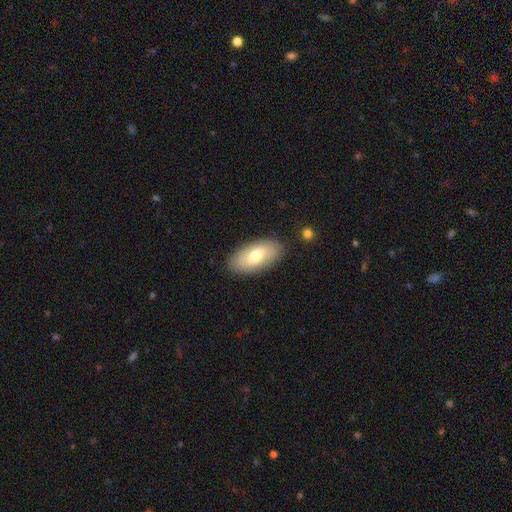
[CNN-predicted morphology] The model was most divided on "smooth or featured": smooth: 67%, featured or disk: 27%, star or artifact: 6%. More confident: how rounded — in between (92%); merging — none (87%).